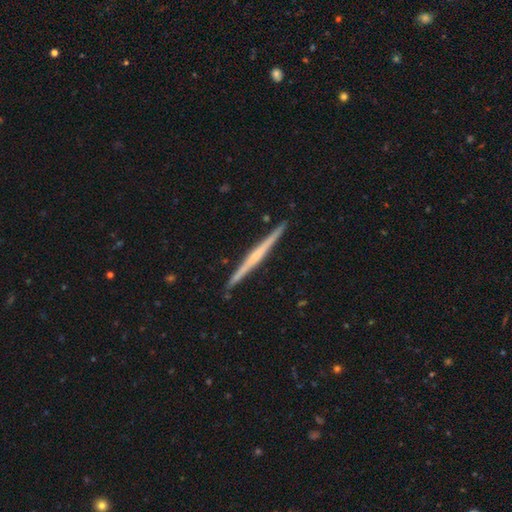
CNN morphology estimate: A featured or disk galaxy (74%) viewed edge-on (99%) with no central bulge (47%). Merging: none (92%).